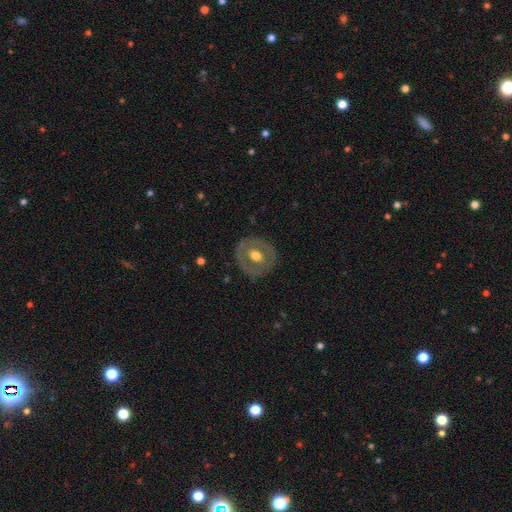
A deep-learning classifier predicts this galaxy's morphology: Smooth or featured? featured or disk (54%)
Edge-on disk? no (95%)
Bar? no (75%)
Spiral arms? no (89%)
Bulge size? moderate (68%)
Merging? none (83%)